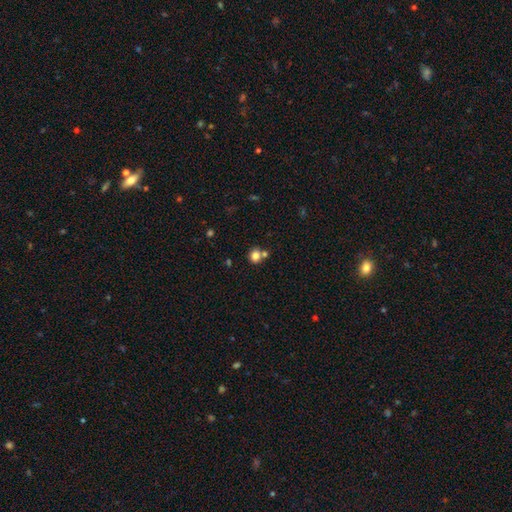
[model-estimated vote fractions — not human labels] Morphology: type=smooth (81%); roundness=round (74%); merging=none (61%).